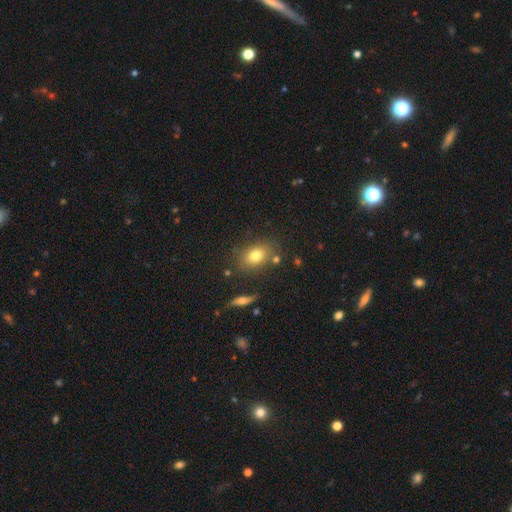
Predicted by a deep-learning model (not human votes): A smooth galaxy with no disk features (76%) that is in between round and cigar-shaped (74%). Merging: none (78%).